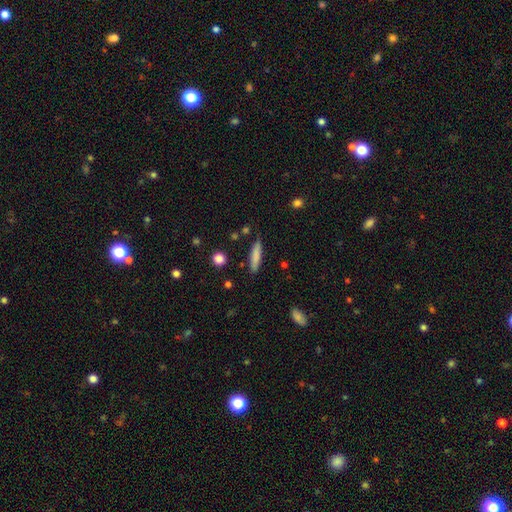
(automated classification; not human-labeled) Morphology: type=smooth (81%); roundness=cigar-shaped (81%); merging=none (83%).